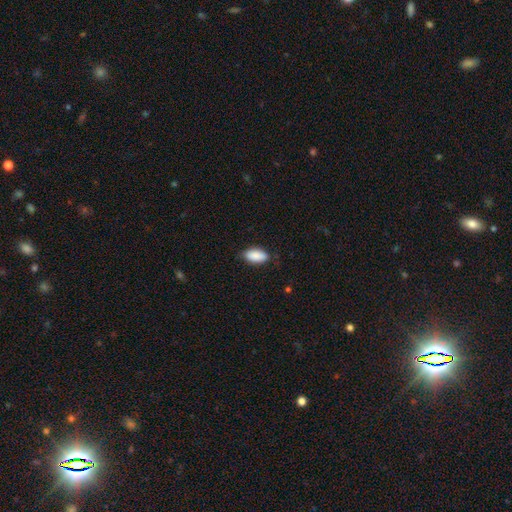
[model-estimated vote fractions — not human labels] Morphology: type=smooth (89%); roundness=in between (93%); merging=none (80%).